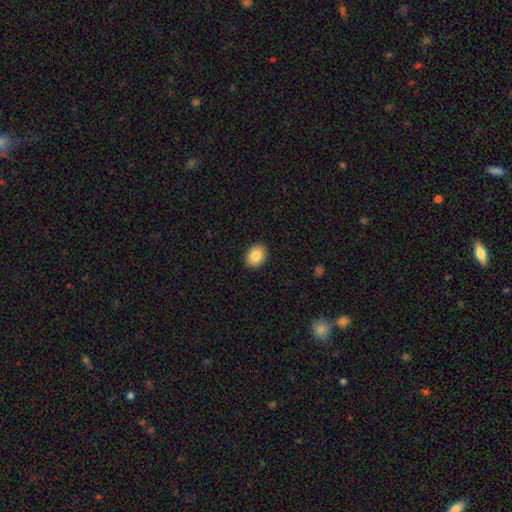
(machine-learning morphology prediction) smooth_or_featured: smooth (p=0.85) [alt: star or artifact p=0.08]
how_rounded: in between (p=0.55) [alt: round p=0.44]
merging: none (p=0.91) [alt: minor disturbance p=0.06]